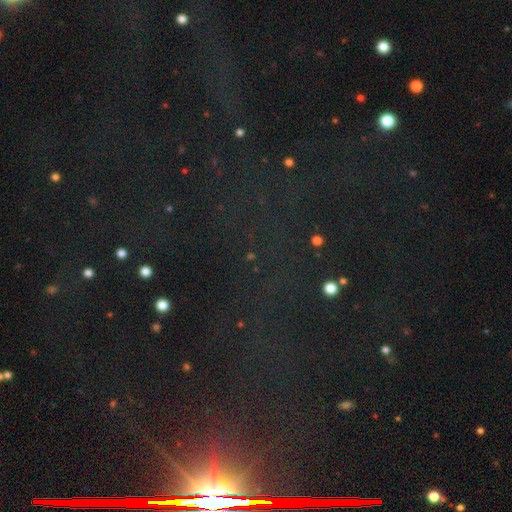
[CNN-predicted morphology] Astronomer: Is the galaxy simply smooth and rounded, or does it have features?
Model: star or artifact — 82%.